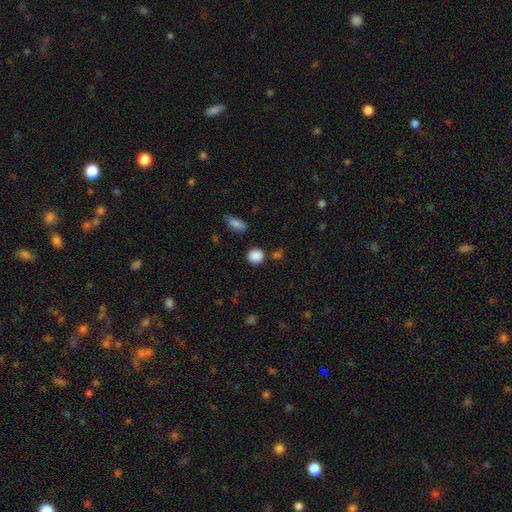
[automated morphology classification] Smooth or featured? Predicted: smooth (p=0.87). How rounded? Predicted: round (p=0.88). Merging? Predicted: none (p=0.83).